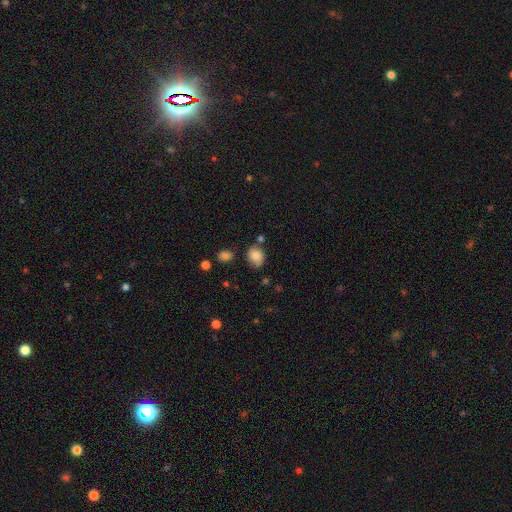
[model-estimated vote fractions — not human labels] smooth_or_featured: smooth (p=0.79) [alt: featured or disk p=0.11]
how_rounded: round (p=0.57) [alt: in between p=0.42]
merging: none (p=0.62) [alt: minor disturbance p=0.25]